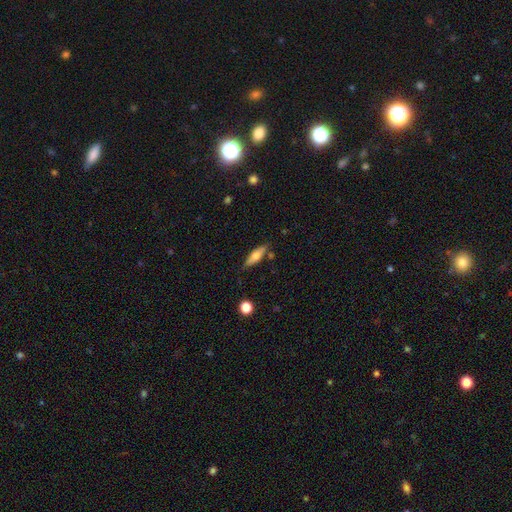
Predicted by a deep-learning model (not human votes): This is possibly a smooth galaxy (52%). How rounded: possibly cigar-shaped (50%). Merging: likely none (77%).